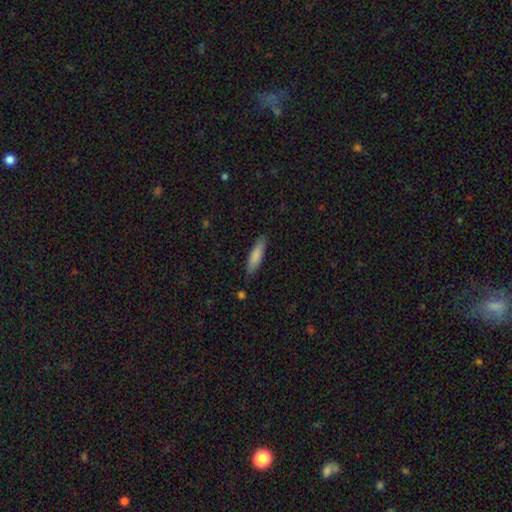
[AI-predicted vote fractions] A smooth galaxy with no disk features (82%) that is cigar-shaped (70%).

Vote fractions:
- Smooth or featured? smooth: 82% / featured or disk: 12% / star or artifact: 6%
- How rounded? cigar-shaped: 70% / in between: 29% / round: 1%
- Merging? none: 85% / minor disturbance: 12% / major disturbance: 2% / merger: 2%